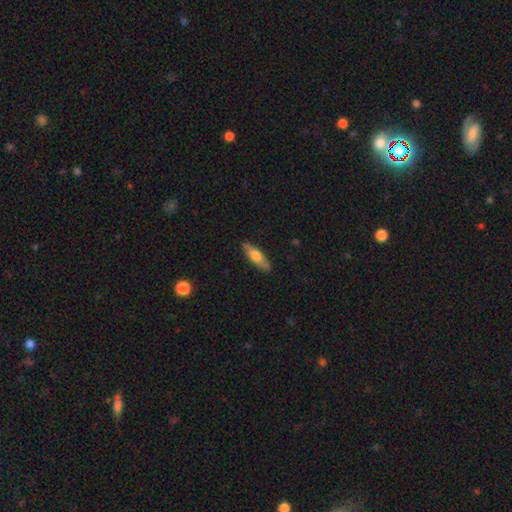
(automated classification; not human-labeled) Smooth or featured? smooth (56%)
How rounded? cigar-shaped (55%)
Merging? none (87%)